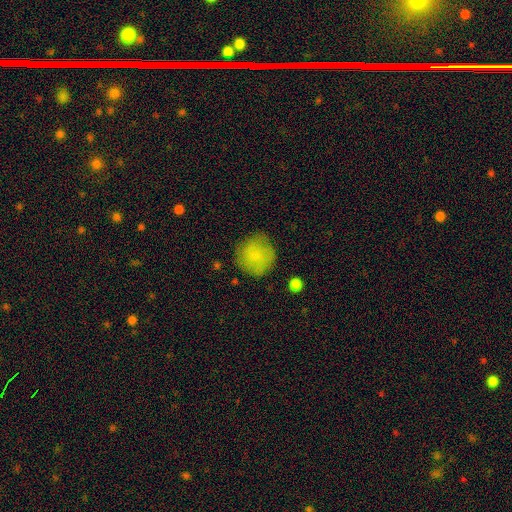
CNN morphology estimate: A smooth galaxy with no disk features (81%) that is round (91%).

Vote fractions:
- Smooth or featured? smooth: 81% / featured or disk: 11% / star or artifact: 8%
- How rounded? round: 91% / in between: 8% / cigar-shaped: 1%
- Merging? none: 76% / minor disturbance: 17% / major disturbance: 5% / merger: 2%